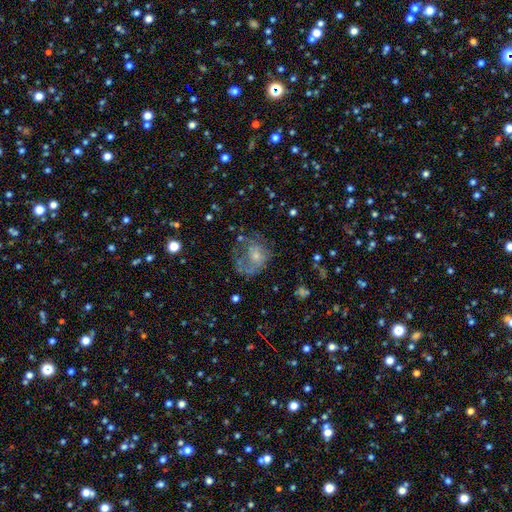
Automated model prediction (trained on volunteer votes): Overall: featured or disk (47%; smooth 40%). Merging: major disturbance (39%; none 35%).